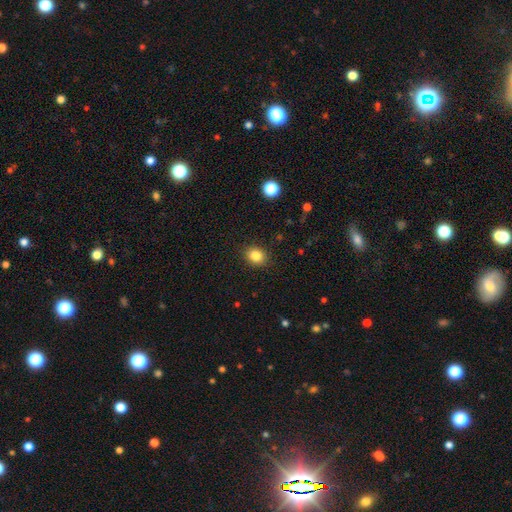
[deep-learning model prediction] smooth 84%, star or artifact 11%, featured or disk 5%. Down the decision tree: how rounded — round (63%); merging — none (89%).